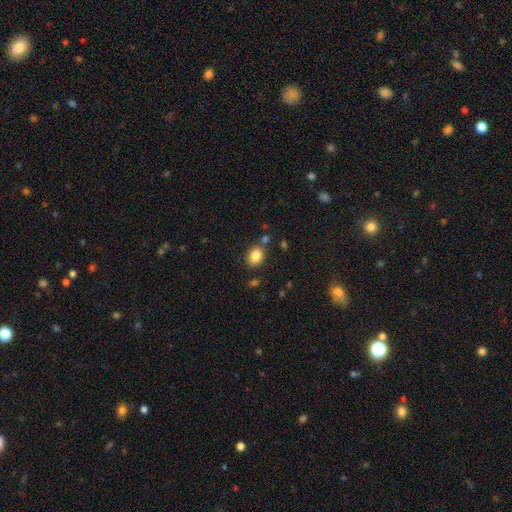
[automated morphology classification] This is clearly a smooth galaxy (84%). How rounded: possibly in between (53%). Merging: likely none (76%).